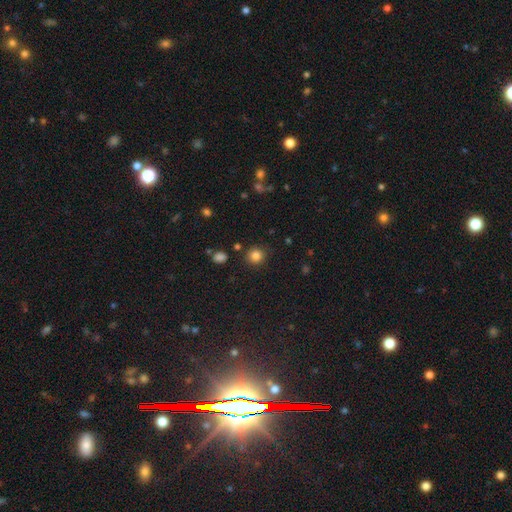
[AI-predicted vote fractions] Smooth or featured? smooth (83%)
How rounded? round (90%)
Merging? none (87%)